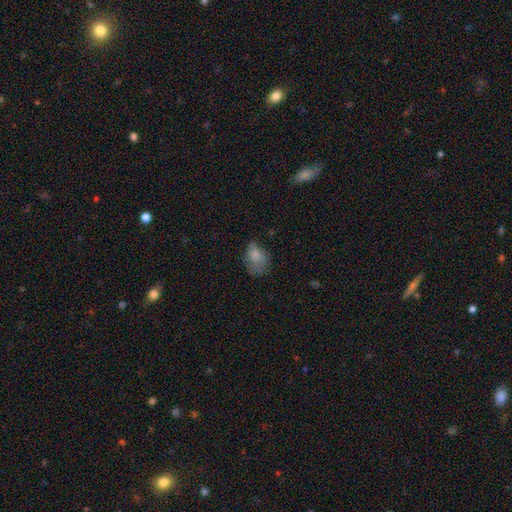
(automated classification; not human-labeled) Q: Smooth or featured?
A: smooth (72%); runner-up: featured or disk (17%)
Q: How rounded?
A: in between (78%); runner-up: round (21%)
Q: Merging?
A: none (40%); runner-up: minor disturbance (32%)